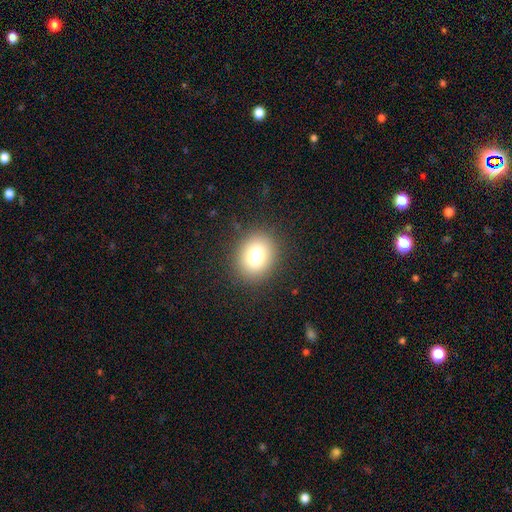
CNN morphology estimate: Smooth or featured? Predicted: smooth (p=0.77). How rounded? Predicted: round (p=0.59). Merging? Predicted: none (p=0.87).